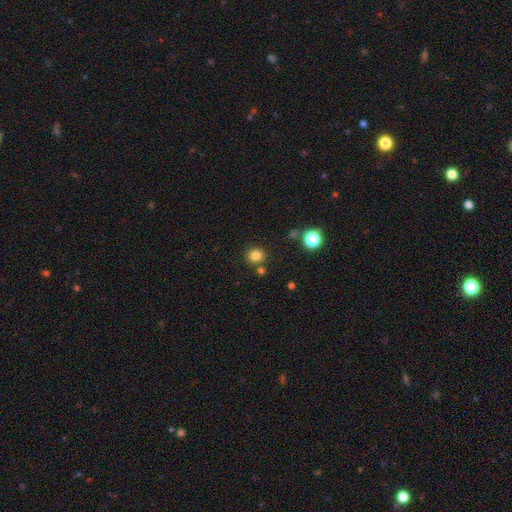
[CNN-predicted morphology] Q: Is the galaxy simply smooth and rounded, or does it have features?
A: smooth — 82%.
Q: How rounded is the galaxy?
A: round — 90%.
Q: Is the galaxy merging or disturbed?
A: none — 81%.